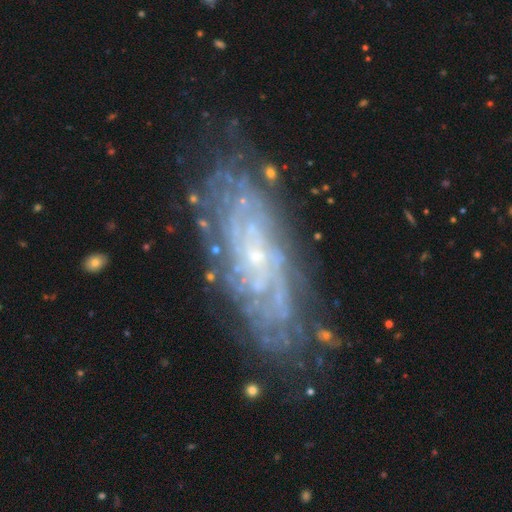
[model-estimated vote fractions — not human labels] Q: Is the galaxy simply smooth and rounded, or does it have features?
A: featured or disk — 82%.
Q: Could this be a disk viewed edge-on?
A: no — 87%.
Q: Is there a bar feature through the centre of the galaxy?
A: no — 75%.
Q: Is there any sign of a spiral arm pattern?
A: yes — 90%.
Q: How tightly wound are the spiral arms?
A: tight — 73%.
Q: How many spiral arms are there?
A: can't tell — 54%.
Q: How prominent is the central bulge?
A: small — 82%.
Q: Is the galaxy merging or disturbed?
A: none — 75%.